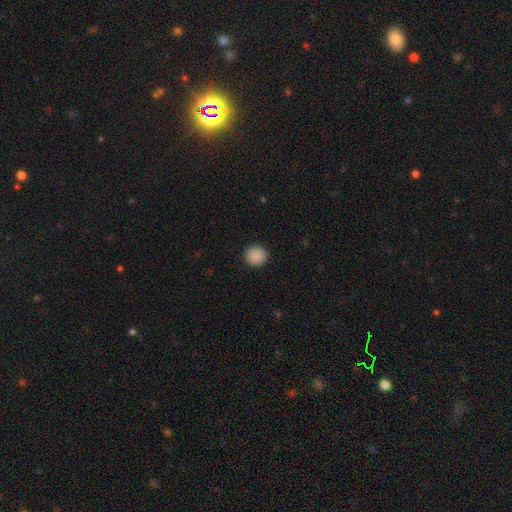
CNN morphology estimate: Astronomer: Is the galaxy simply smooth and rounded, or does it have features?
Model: smooth — 89%.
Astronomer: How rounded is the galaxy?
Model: round — 93%.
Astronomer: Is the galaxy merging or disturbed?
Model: none — 92%.